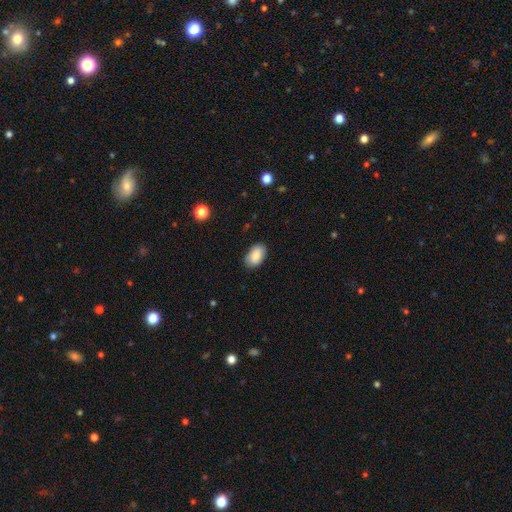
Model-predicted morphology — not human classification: The model was most divided on "merging": none: 85%, minor disturbance: 12%, major disturbance: 2%, merger: 1%. More confident: how rounded — in between (92%); smooth or featured — smooth (84%).